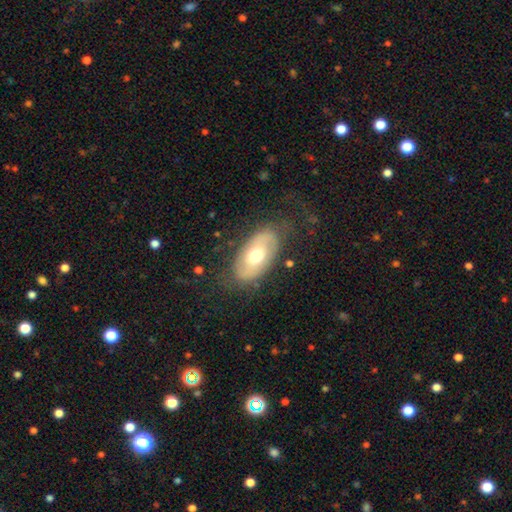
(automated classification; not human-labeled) Smooth or featured: smooth — 49% (featured or disk — 45%)
Merging: none — 74% (minor disturbance — 16%)